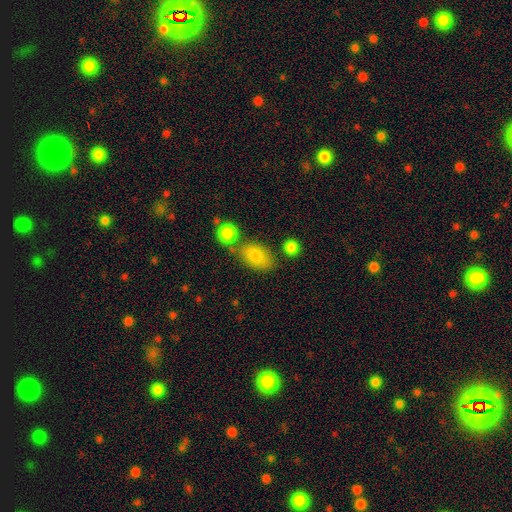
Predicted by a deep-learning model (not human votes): Overall: smooth (81%). How rounded: in between (86%). Merging: none (64%).